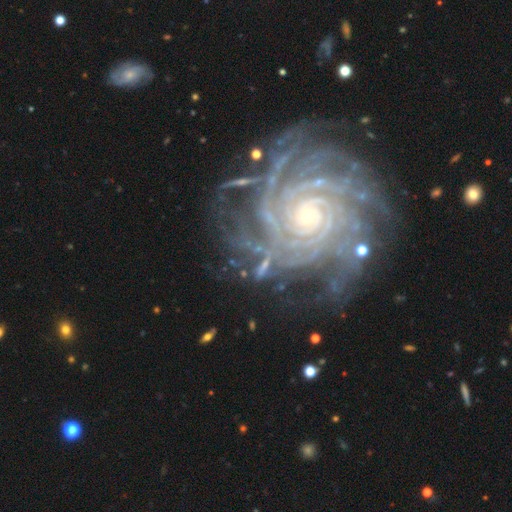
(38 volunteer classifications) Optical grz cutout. It shows a featured or disk galaxy (92%) with no bar (78%), more than 4 (47%) tight (91%) spiral arms (100%) and a small central bulge (78%). Merging: none (87%).